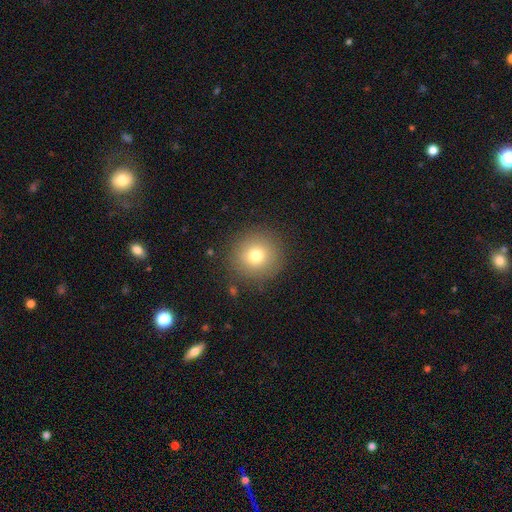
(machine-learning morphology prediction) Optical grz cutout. It shows a smooth galaxy with no disk features (76%) that is round (95%). Merging: none (88%).